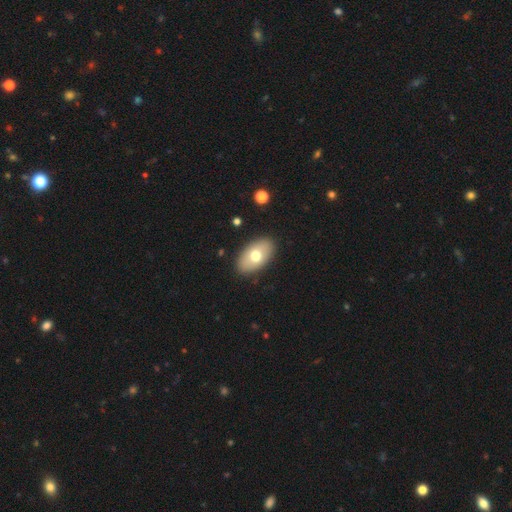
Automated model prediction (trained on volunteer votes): Overall: smooth (69%). How rounded: in between (93%). Merging: none (88%).